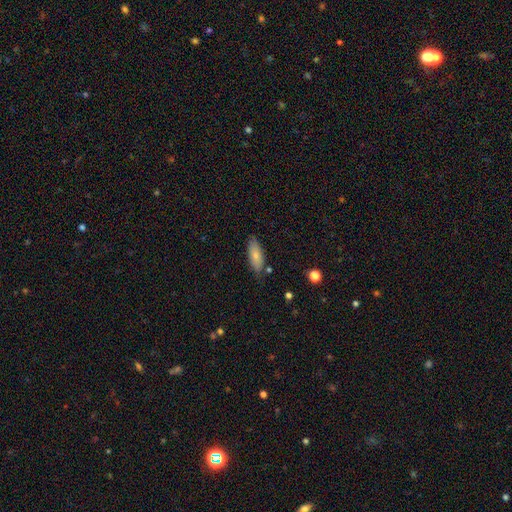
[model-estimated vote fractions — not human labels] Smooth or featured? smooth (75%)
How rounded? in between (73%)
Merging? none (77%)